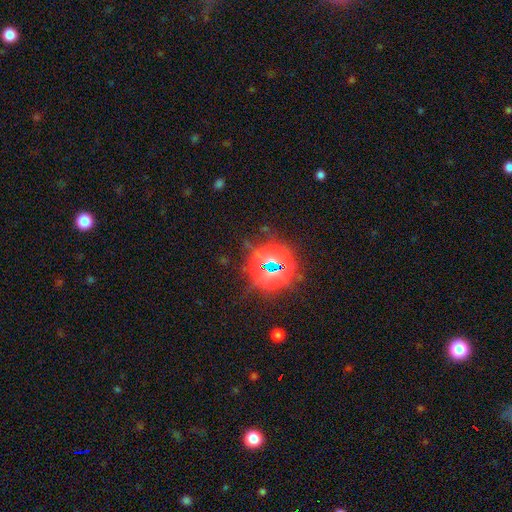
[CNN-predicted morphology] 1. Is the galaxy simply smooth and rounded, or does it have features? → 81% star or artifact, 12% smooth, 7% featured or disk.